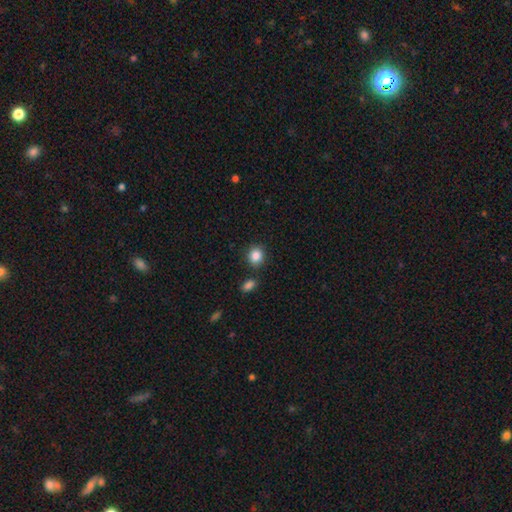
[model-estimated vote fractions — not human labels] This is clearly a smooth galaxy (86%). How rounded: likely round (70%). Merging: clearly none (81%).